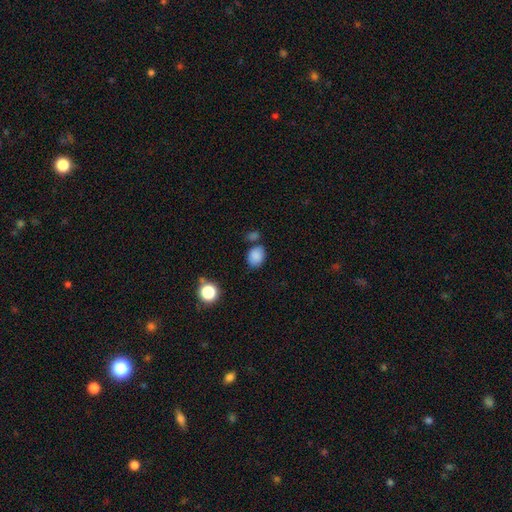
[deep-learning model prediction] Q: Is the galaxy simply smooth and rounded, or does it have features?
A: smooth — 86%.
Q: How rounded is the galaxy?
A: in between — 61%.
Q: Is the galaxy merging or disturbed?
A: none — 67%.